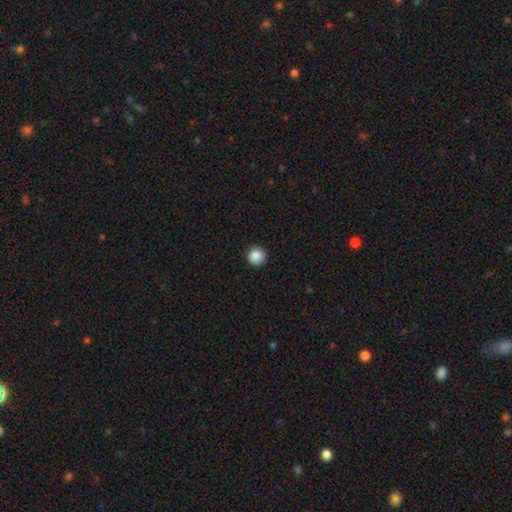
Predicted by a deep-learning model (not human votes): Smooth or featured: smooth — 87% (star or artifact — 9%)
How rounded: round — 94% (in between — 5%)
Merging: none — 87% (minor disturbance — 9%)